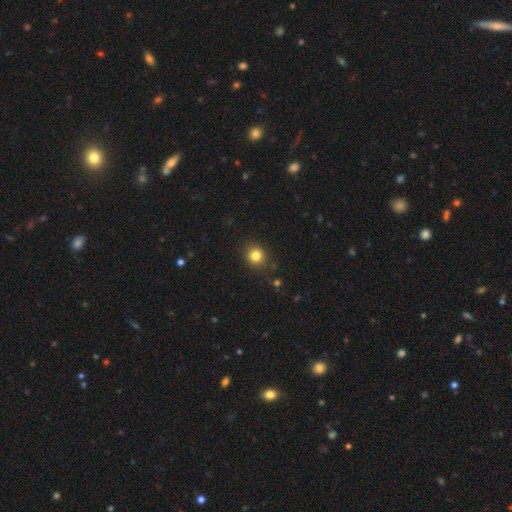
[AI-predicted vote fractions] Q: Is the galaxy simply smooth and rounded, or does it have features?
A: smooth — 82%.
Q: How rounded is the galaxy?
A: round — 84%.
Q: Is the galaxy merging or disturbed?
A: none — 88%.